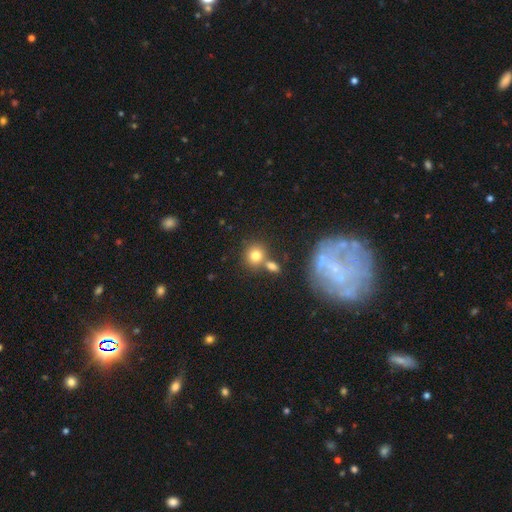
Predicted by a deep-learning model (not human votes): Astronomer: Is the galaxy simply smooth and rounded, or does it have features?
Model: smooth — 76%.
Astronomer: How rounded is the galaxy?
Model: round — 79%.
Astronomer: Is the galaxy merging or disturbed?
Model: none — 58%.